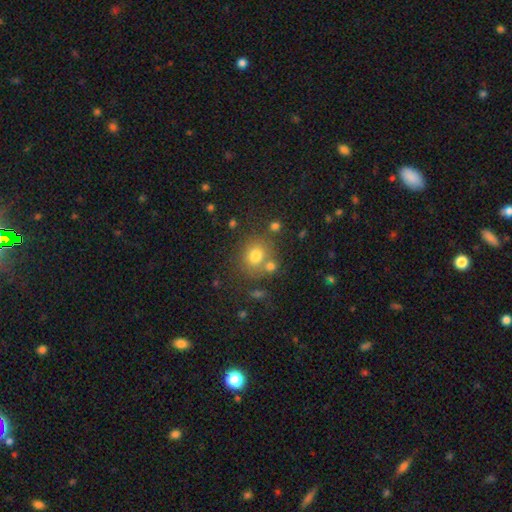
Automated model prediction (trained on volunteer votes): Smooth or featured?
  - smooth: 75% *
  - star or artifact: 15%
  - featured or disk: 10%
How rounded?
  - round: 81% *
  - in between: 18%
  - cigar-shaped: 1%
Merging?
  - none: 68% *
  - merger: 17%
  - minor disturbance: 11%
  - major disturbance: 4%